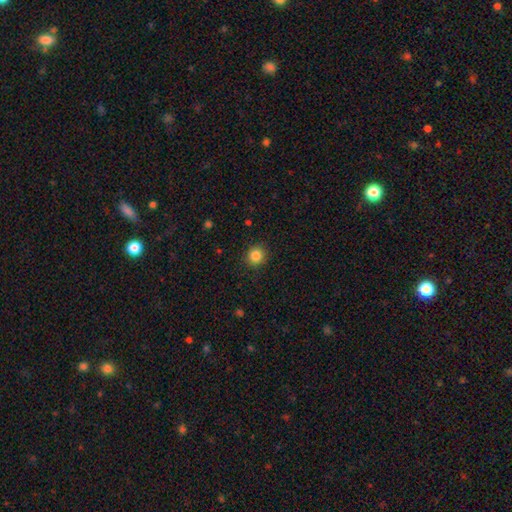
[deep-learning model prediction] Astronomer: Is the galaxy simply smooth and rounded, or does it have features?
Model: smooth — 86%.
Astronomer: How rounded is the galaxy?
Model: round — 89%.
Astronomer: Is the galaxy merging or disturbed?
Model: none — 90%.